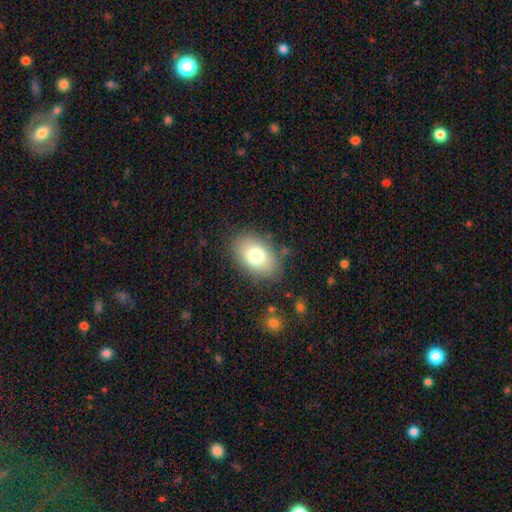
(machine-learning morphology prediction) type=smooth (76%); roundness=in between (84%); merging=none (81%).